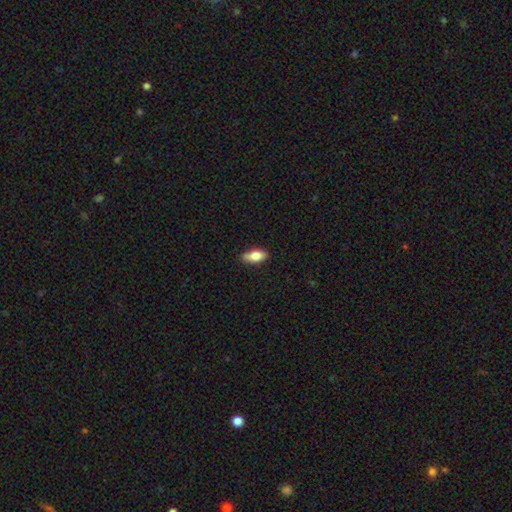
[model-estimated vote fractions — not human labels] A smooth galaxy with no disk features (75%) that is in between round and cigar-shaped (81%).

Vote fractions:
- Smooth or featured? smooth: 75% / featured or disk: 18% / star or artifact: 7%
- How rounded? in between: 81% / cigar-shaped: 16% / round: 3%
- Merging? none: 84% / minor disturbance: 13% / major disturbance: 2% / merger: 1%